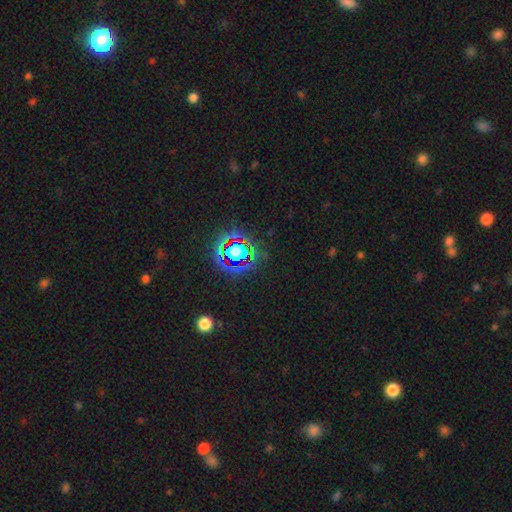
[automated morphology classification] Smooth or featured?
  - star or artifact: 78% *
  - smooth: 13%
  - featured or disk: 9%